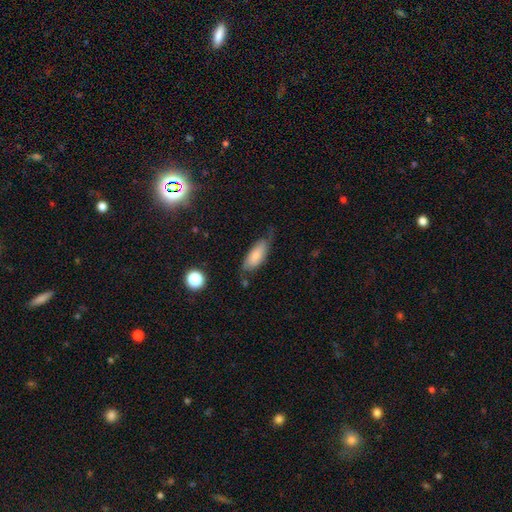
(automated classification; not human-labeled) smooth_or_featured: smooth (p=0.74) [alt: featured or disk p=0.19]
how_rounded: in between (p=0.77) [alt: cigar-shaped p=0.20]
merging: none (p=0.54) [alt: minor disturbance p=0.33]